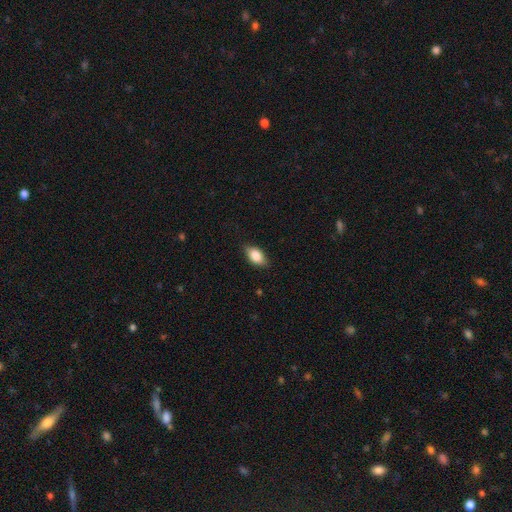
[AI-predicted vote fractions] smooth_or_featured: smooth (p=0.82) [alt: featured or disk p=0.11]
how_rounded: in between (p=0.90) [alt: round p=0.06]
merging: none (p=0.82) [alt: minor disturbance p=0.15]